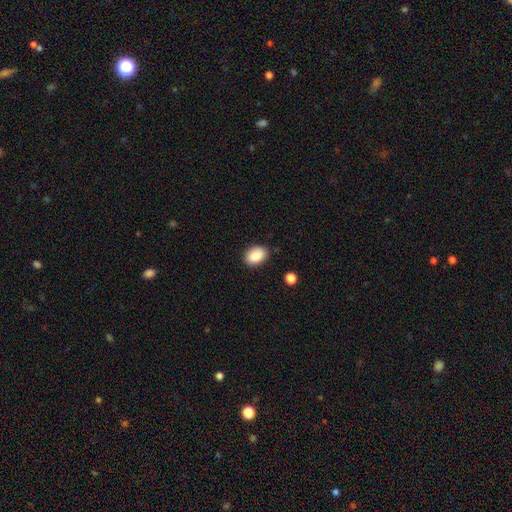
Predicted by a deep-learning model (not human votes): smooth 88%, star or artifact 8%, featured or disk 4%. Down the decision tree: how rounded — in between (79%); merging — none (84%).